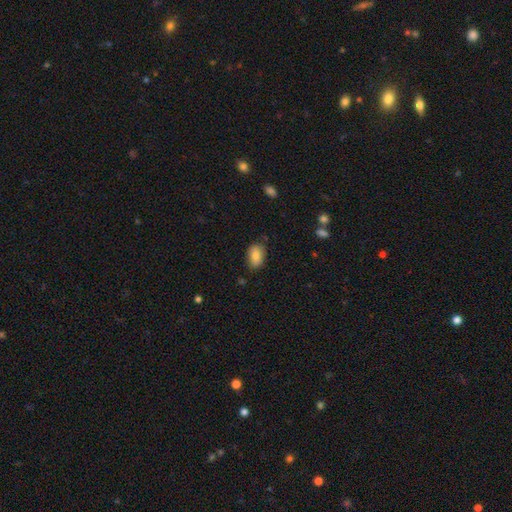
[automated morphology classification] A smooth galaxy with no disk features (82%) that is in between round and cigar-shaped (88%).

Vote fractions:
- Smooth or featured? smooth: 82% / featured or disk: 10% / star or artifact: 8%
- How rounded? in between: 88% / round: 10% / cigar-shaped: 2%
- Merging? none: 79% / minor disturbance: 16% / major disturbance: 3% / merger: 2%